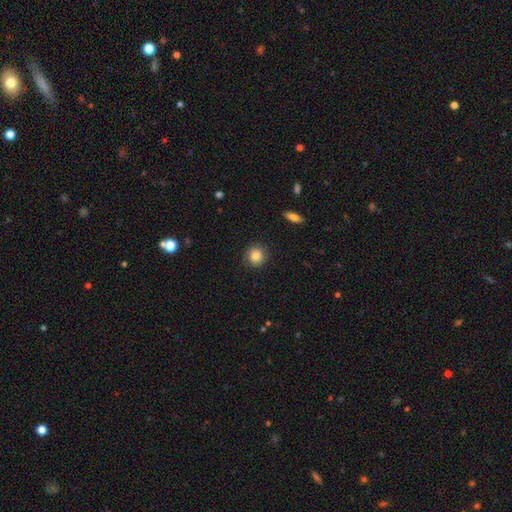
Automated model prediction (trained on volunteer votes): smooth_or_featured: smooth (p=0.79) [alt: featured or disk p=0.12]
how_rounded: round (p=0.90) [alt: in between p=0.09]
merging: none (p=0.82) [alt: minor disturbance p=0.14]